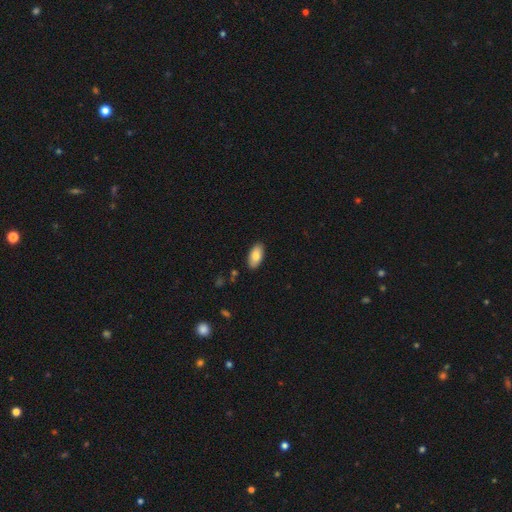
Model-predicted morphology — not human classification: This is likely a smooth galaxy (79%). How rounded: clearly in between (93%). Merging: clearly none (88%).